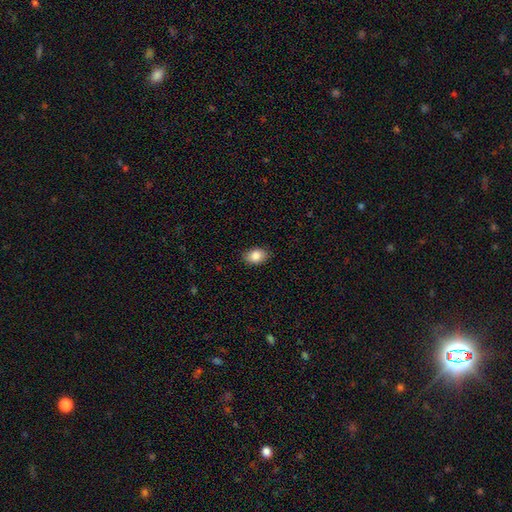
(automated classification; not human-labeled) A smooth galaxy with no disk features (86%) that is in between round and cigar-shaped (82%).

Vote fractions:
- Smooth or featured? smooth: 86% / star or artifact: 8% / featured or disk: 6%
- How rounded? in between: 82% / round: 17% / cigar-shaped: 1%
- Merging? none: 88% / minor disturbance: 9% / major disturbance: 2% / merger: 1%